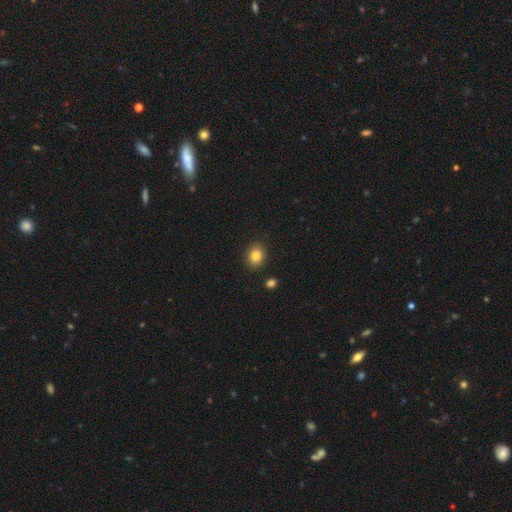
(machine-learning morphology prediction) smooth_or_featured: smooth (p=0.85) [alt: star or artifact p=0.10]
how_rounded: round (p=0.53) [alt: in between p=0.46]
merging: none (p=0.88) [alt: minor disturbance p=0.08]